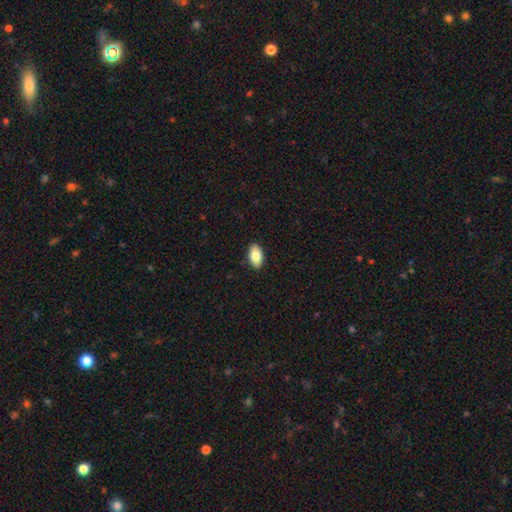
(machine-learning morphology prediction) The model was most divided on "smooth or featured": smooth: 84%, featured or disk: 9%, star or artifact: 7%. More confident: how rounded — in between (94%); merging — none (90%).